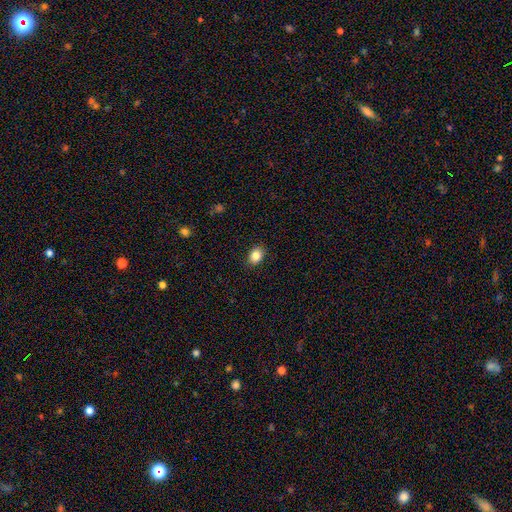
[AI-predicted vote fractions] A smooth galaxy with no disk features (85%) that is in between round and cigar-shaped (68%).

Vote fractions:
- Smooth or featured? smooth: 85% / star or artifact: 9% / featured or disk: 6%
- How rounded? in between: 68% / round: 31% / cigar-shaped: 1%
- Merging? none: 89% / minor disturbance: 8% / major disturbance: 2% / merger: 1%